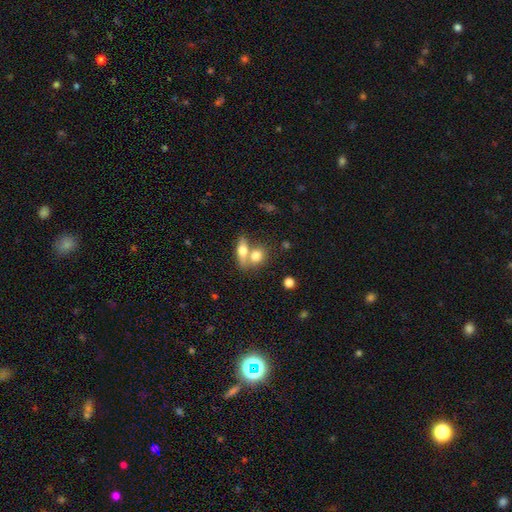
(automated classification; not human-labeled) Morphology: type=smooth (73%); roundness=in between (62%); merging=merger (56%).